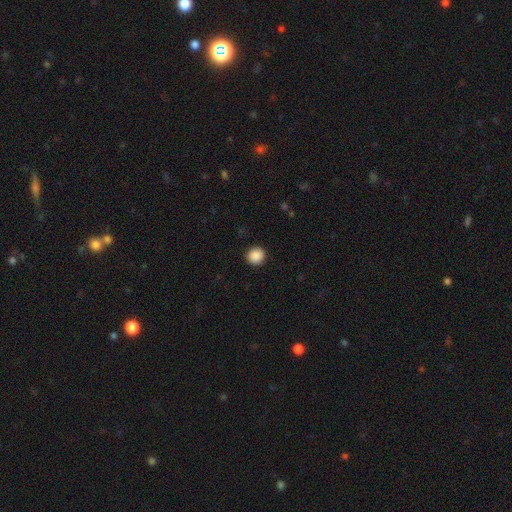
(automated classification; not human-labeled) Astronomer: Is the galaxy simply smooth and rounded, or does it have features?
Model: smooth — 89%.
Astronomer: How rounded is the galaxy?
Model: round — 91%.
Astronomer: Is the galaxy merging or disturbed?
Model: none — 92%.